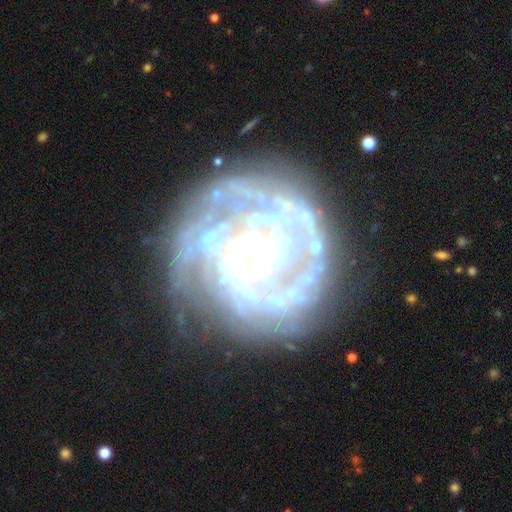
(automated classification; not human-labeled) A featured or disk galaxy (87%) with no bar (56%), tight (62%) spiral arms (92%) and a small central bulge (62%). Merging: none (66%).